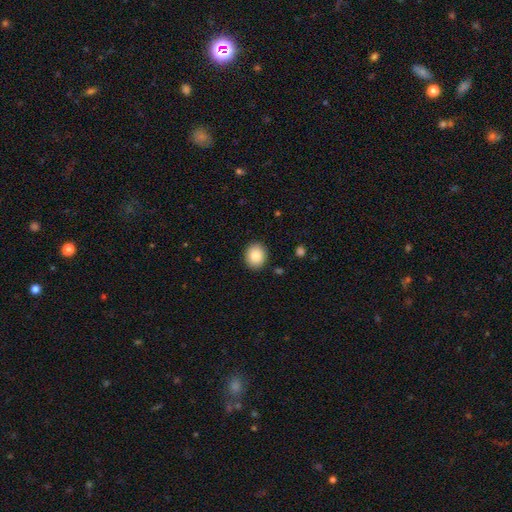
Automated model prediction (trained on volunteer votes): Smooth or featured? smooth (86%)
How rounded? round (72%)
Merging? none (90%)